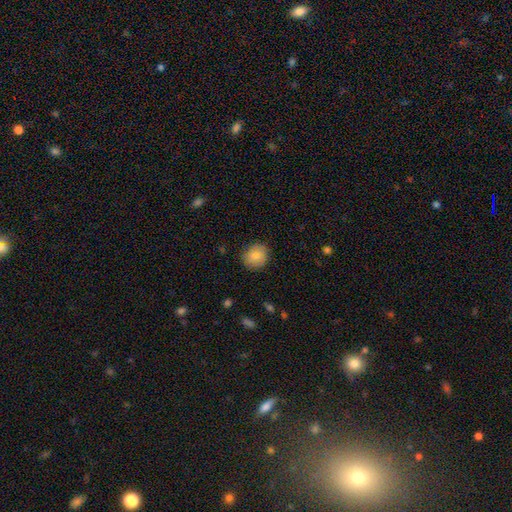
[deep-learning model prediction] A smooth galaxy with no disk features (83%) that is round (84%). Merging: none (85%).